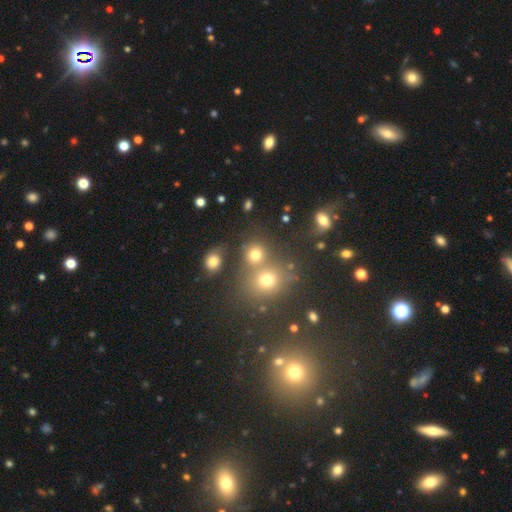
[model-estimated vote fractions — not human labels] The model was most divided on "merging": none: 58%, merger: 27%, minor disturbance: 10%, major disturbance: 6%. More confident: how rounded — round (81%); smooth or featured — smooth (68%).